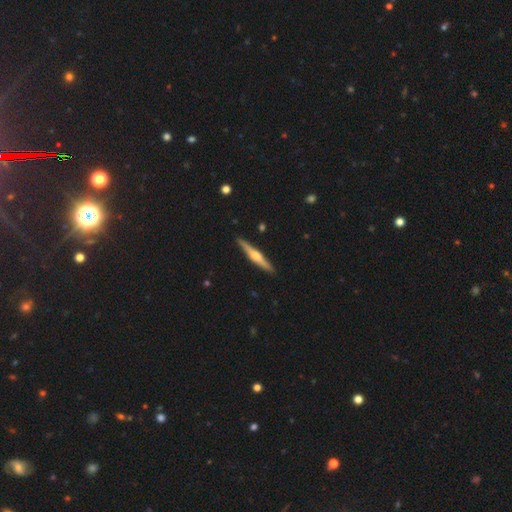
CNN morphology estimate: smooth-or-featured: featured or disk: 69% | smooth: 26% | star or artifact: 5%
  disk-edge-on: yes: 98% | no: 2%
    edge-on-bulge: rounded: 90% | boxy: 5% | none: 5%
  merging: none: 91% | minor disturbance: 7% | major disturbance: 1% | merger: 1%